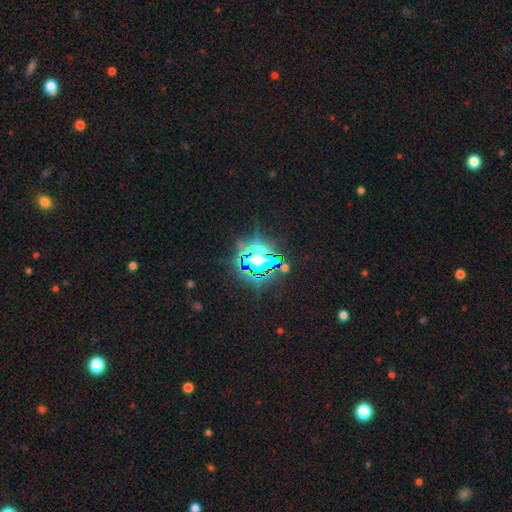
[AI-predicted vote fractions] Smooth or featured: star or artifact — 75% (smooth — 13%)